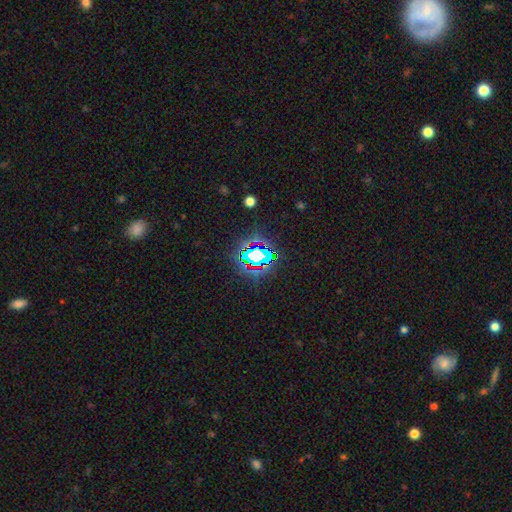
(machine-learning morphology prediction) This appears to be a star or artifact, not a galaxy (68%).